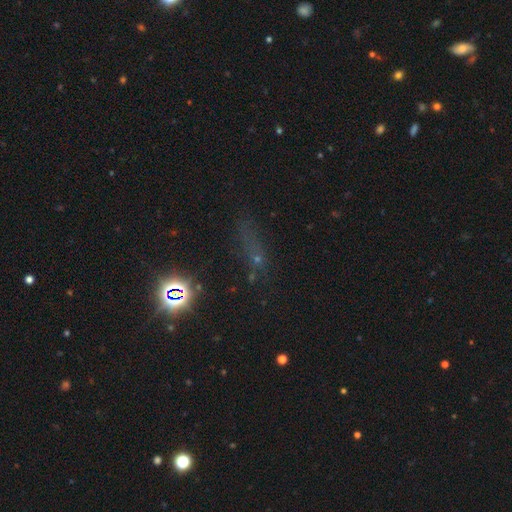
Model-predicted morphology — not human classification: Smooth or featured?
  - star or artifact: 52% *
  - smooth: 31%
  - featured or disk: 17%